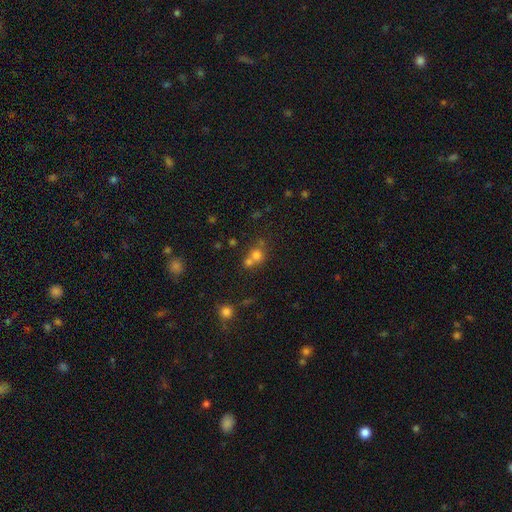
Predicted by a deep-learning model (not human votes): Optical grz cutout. It shows a smooth galaxy with no disk features (70%) that is round (82%). Merging: merger (49%).